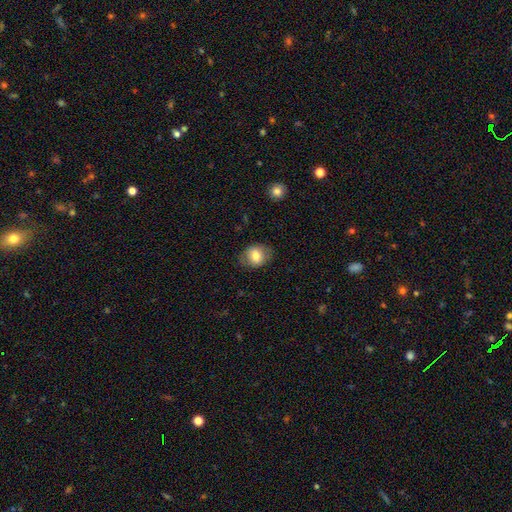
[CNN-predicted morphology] Smooth or featured? Predicted: smooth (p=0.74). How rounded? Predicted: round (p=0.56). Merging? Predicted: none (p=0.75).